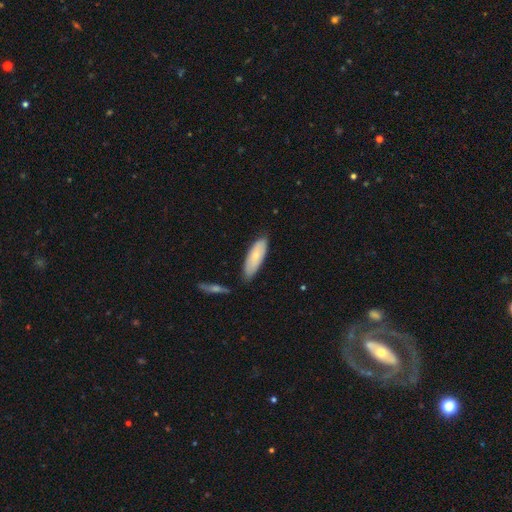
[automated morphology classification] smooth 62%, featured or disk 32%, star or artifact 6%. Down the decision tree: how rounded — in between (66%); merging — none (73%).